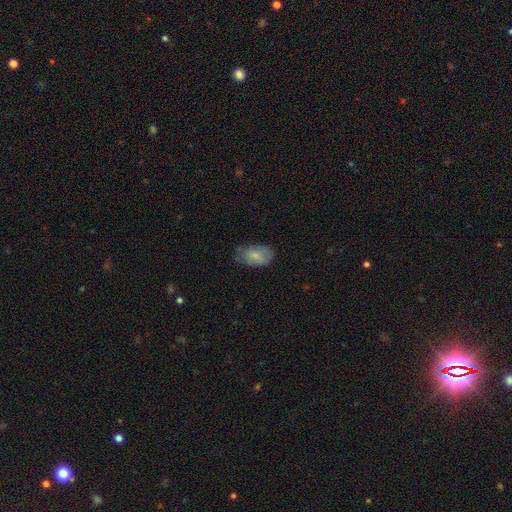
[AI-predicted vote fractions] The model was most divided on "merging": none: 64%, minor disturbance: 28%, major disturbance: 7%, merger: 2%. More confident: how rounded — in between (91%); smooth or featured — smooth (79%).